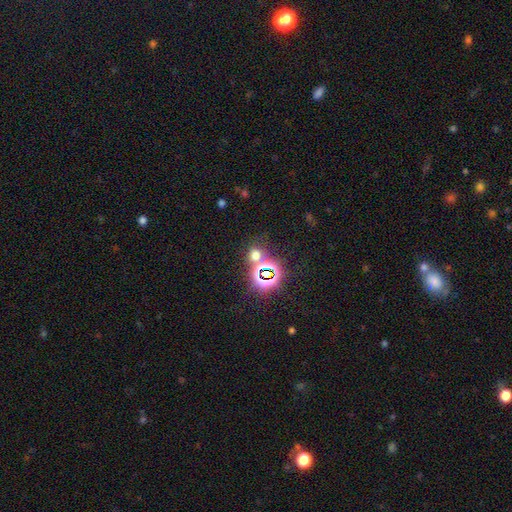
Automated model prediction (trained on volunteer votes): smooth-or-featured: star or artifact: 49% | smooth: 43% | featured or disk: 8%